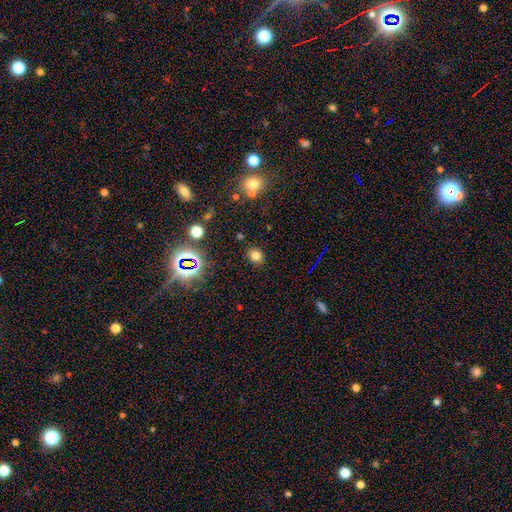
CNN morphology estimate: smooth 75%, star or artifact 18%, featured or disk 7%. Down the decision tree: how rounded — round (68%); merging — none (87%).